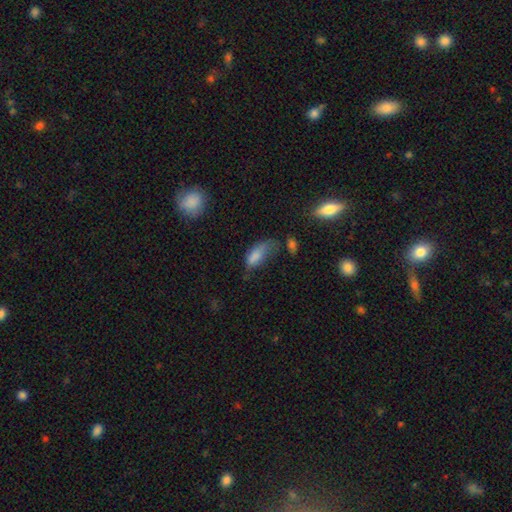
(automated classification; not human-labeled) This is likely a smooth galaxy (77%). How rounded: clearly in between (84%). Merging: marginally minor disturbance (34%).